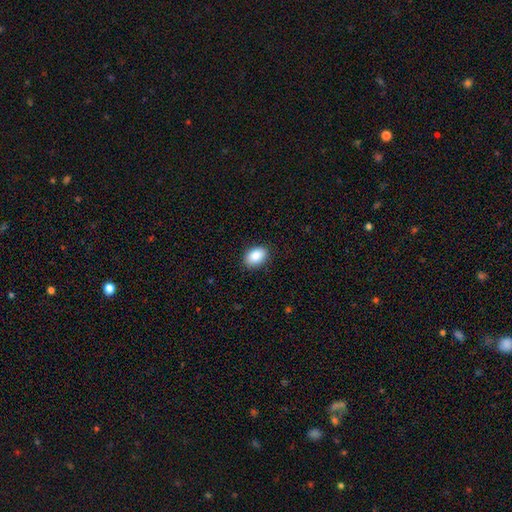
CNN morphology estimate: smooth-or-featured: smooth: 88% | star or artifact: 7% | featured or disk: 5%
  how-rounded: in between: 85% | round: 14% | cigar-shaped: 1%
  merging: none: 88% | minor disturbance: 9% | major disturbance: 2% | merger: 1%